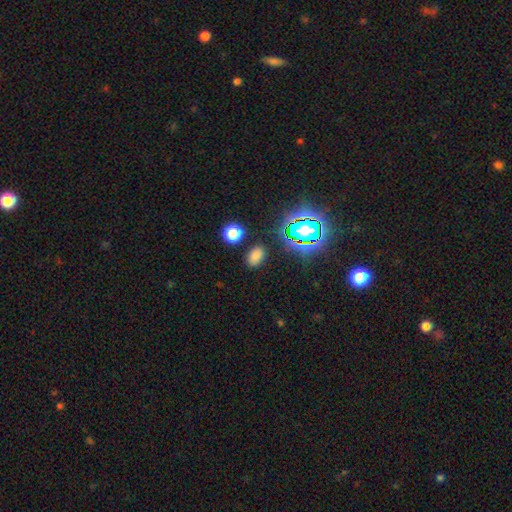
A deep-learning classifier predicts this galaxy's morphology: smooth_or_featured: smooth (p=0.74) [alt: star or artifact p=0.21]
how_rounded: in between (p=0.83) [alt: round p=0.16]
merging: none (p=0.85) [alt: minor disturbance p=0.09]